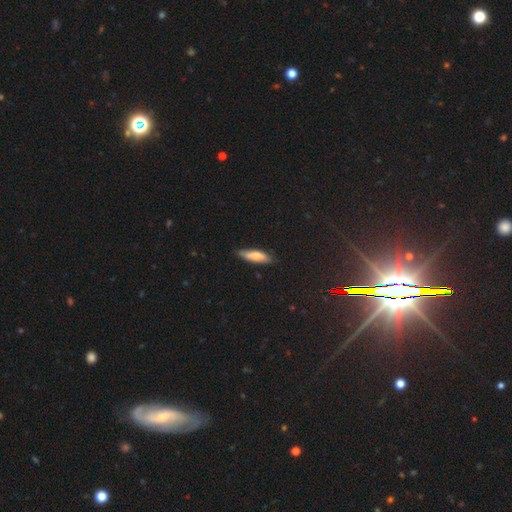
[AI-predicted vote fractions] This is likely a smooth galaxy (71%). How rounded: possibly cigar-shaped (59%). Merging: clearly none (80%).